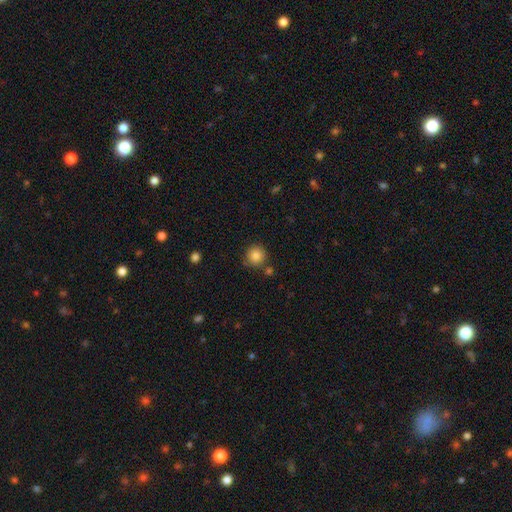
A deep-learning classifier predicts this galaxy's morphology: This appears to be a smooth galaxy with no disk features (85%) that is round (94%). Merging: none (82%).